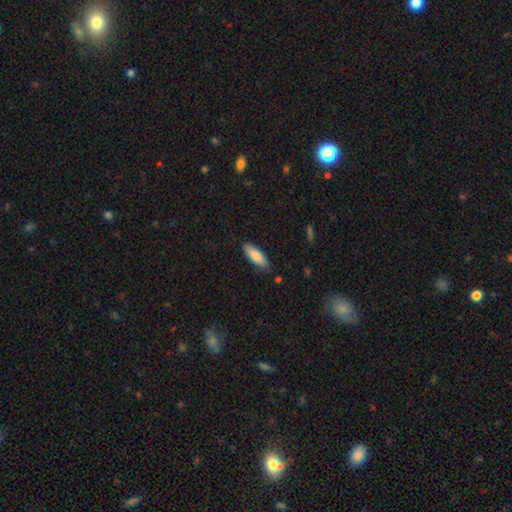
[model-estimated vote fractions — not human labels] Q: Smooth or featured?
A: smooth (84%); runner-up: featured or disk (11%)
Q: How rounded?
A: in between (62%); runner-up: cigar-shaped (37%)
Q: Merging?
A: none (81%); runner-up: minor disturbance (15%)